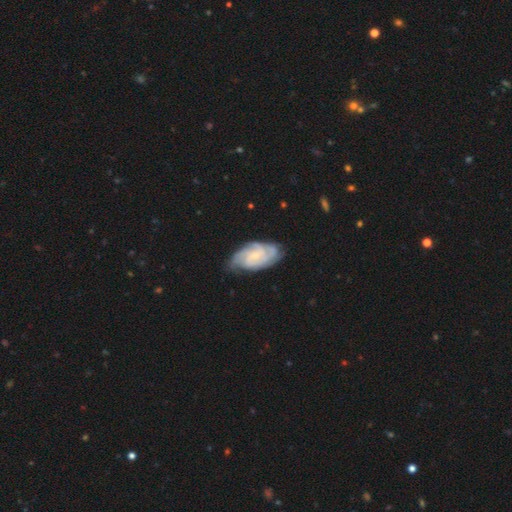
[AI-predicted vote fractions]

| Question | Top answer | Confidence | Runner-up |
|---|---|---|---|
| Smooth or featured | featured or disk | 82% | smooth (13%) |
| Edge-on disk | no | 96% | yes (4%) |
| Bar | no | 61% | weak (33%) |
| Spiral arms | yes | 96% | no (4%) |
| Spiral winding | tight | 63% | medium (31%) |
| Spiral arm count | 3 | 28% | can't tell (25%) |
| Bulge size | small | 68% | moderate (22%) |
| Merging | none | 70% | minor disturbance (22%) |